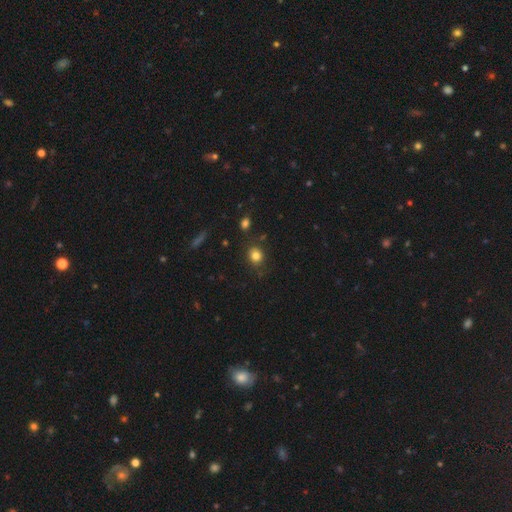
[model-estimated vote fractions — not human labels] Q: Smooth or featured?
A: smooth (81%); runner-up: star or artifact (12%)
Q: How rounded?
A: round (71%); runner-up: in between (28%)
Q: Merging?
A: none (82%); runner-up: minor disturbance (12%)